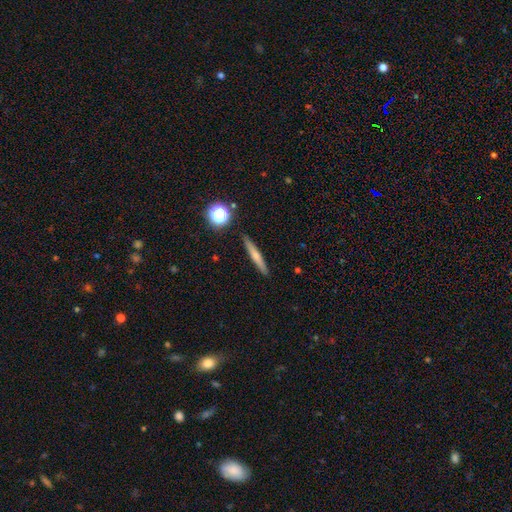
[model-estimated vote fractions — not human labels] The model was most divided on "smooth or featured": smooth: 58%, featured or disk: 34%, star or artifact: 9%. More confident: how rounded — cigar-shaped (92%); merging — none (90%).